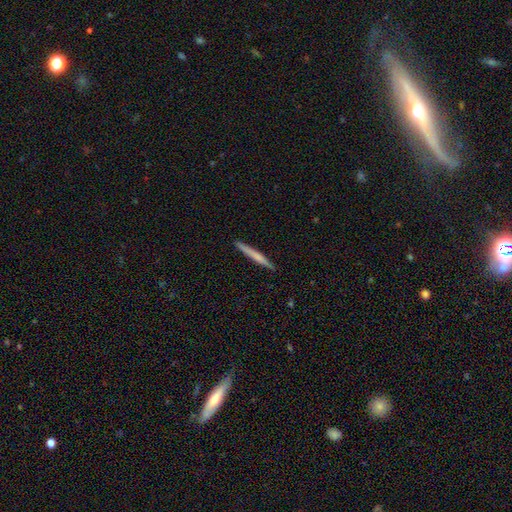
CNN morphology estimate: type=smooth (57%); roundness=cigar-shaped (97%); merging=none (92%).